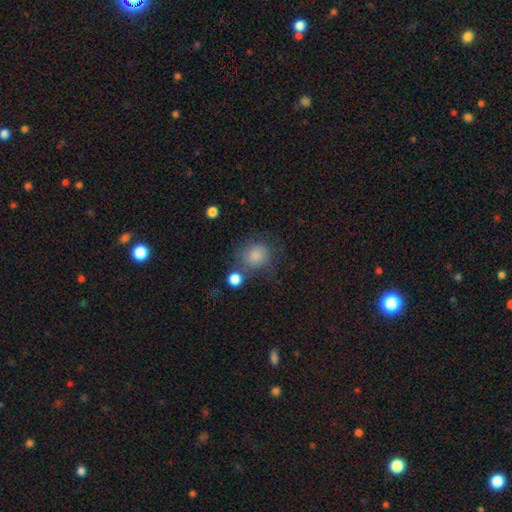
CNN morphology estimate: type=smooth (80%); roundness=round (80%); merging=none (57%).